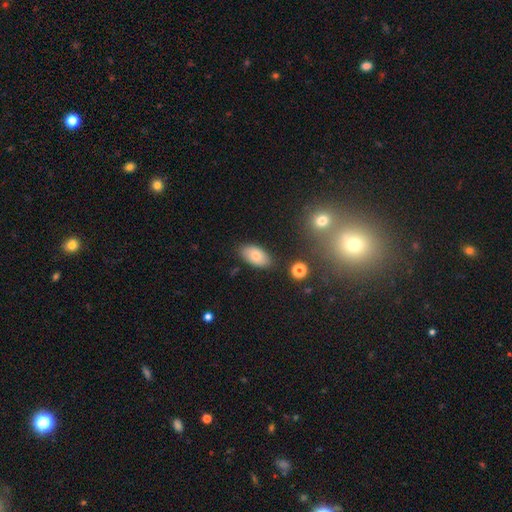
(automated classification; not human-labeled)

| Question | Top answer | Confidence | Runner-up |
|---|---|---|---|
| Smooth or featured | smooth | 77% | featured or disk (14%) |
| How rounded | in between | 93% | round (5%) |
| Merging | none | 84% | minor disturbance (11%) |